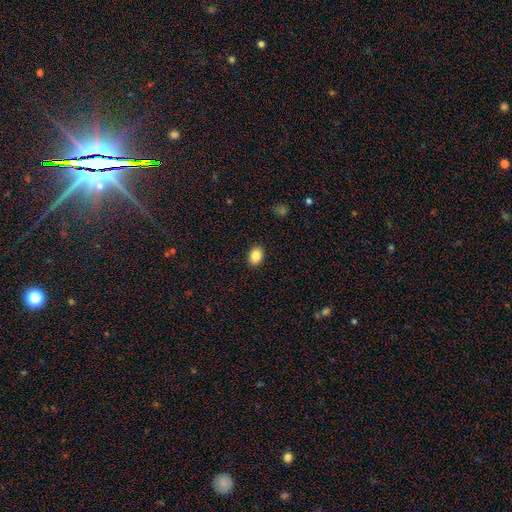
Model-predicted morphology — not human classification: smooth 86%, star or artifact 9%, featured or disk 5%. Down the decision tree: how rounded — in between (71%); merging — none (90%).